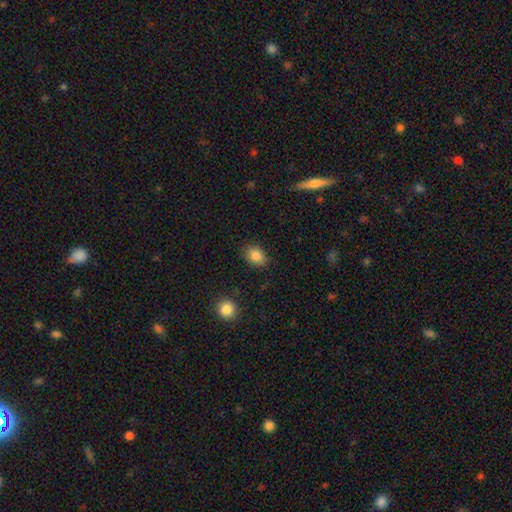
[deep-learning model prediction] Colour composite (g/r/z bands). It shows a smooth galaxy with no disk features (86%) that is in between round and cigar-shaped (67%). Merging: none (85%).